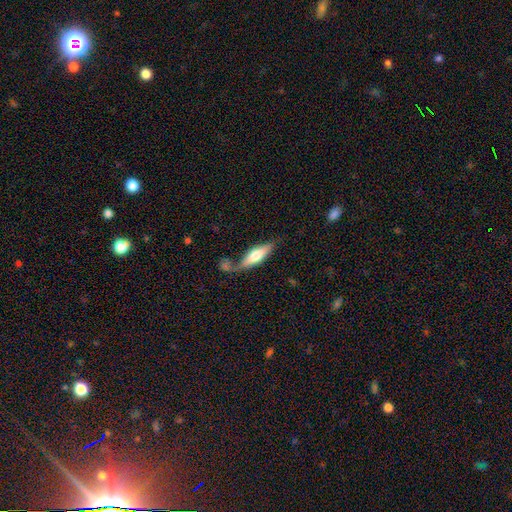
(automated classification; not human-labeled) Q: Smooth or featured?
A: smooth (58%); runner-up: featured or disk (36%)
Q: How rounded?
A: cigar-shaped (49%); runner-up: in between (48%)
Q: Merging?
A: none (53%); runner-up: minor disturbance (19%)